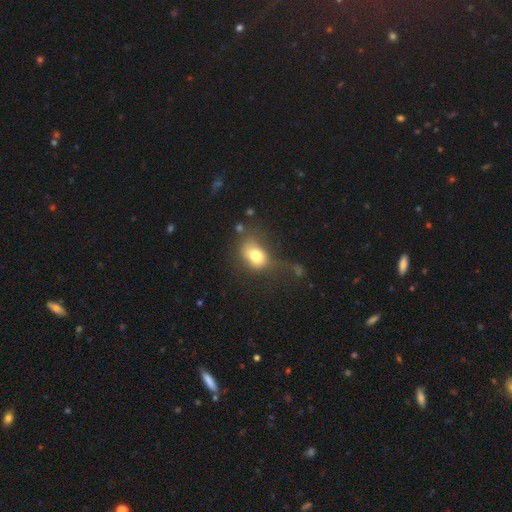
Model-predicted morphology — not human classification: type=smooth (75%); roundness=in between (65%); merging=none (42%).